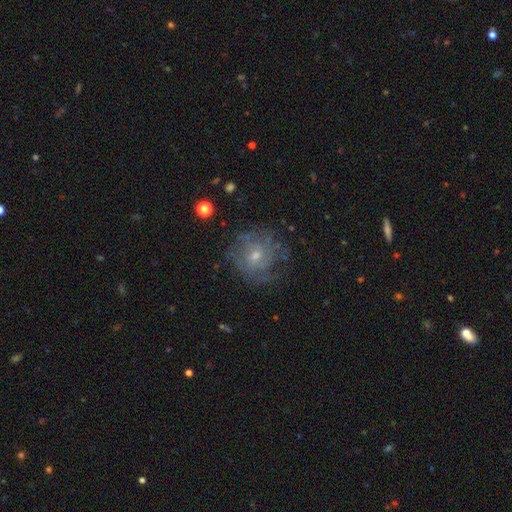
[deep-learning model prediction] Overall: featured or disk (71%). Edge-on disk: no (97%). Bar: no (69%). Spiral arms: yes (81%). Spiral arm count: can't tell (52%; 2 19%). Spiral winding: tight (59%; medium 30%). Bulge size: small (56%; moderate 40%). Merging: none (67%).